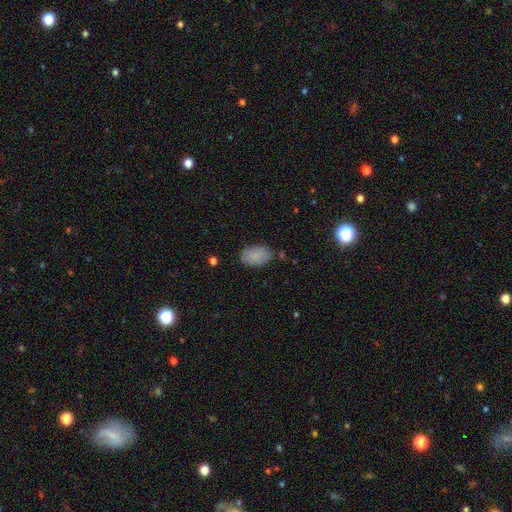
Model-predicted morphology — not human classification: This is clearly a smooth galaxy (87%). How rounded: clearly in between (92%). Merging: likely none (79%).